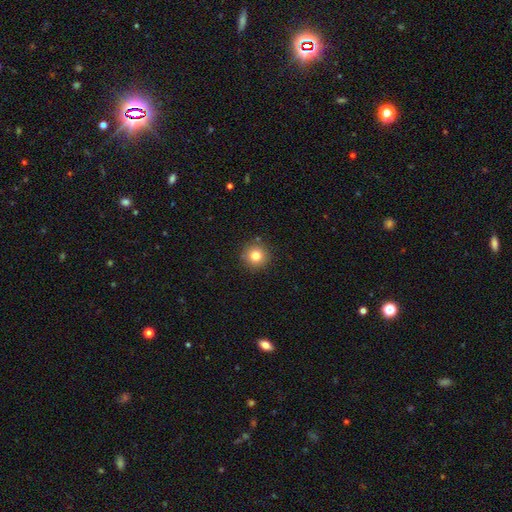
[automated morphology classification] smooth-or-featured: smooth: 80% | star or artifact: 12% | featured or disk: 8%
  how-rounded: round: 95% | in between: 4% | cigar-shaped: 1%
  merging: none: 90% | minor disturbance: 6% | major disturbance: 2% | merger: 2%